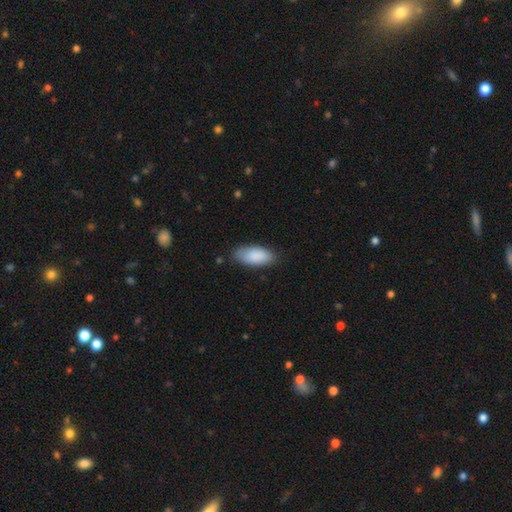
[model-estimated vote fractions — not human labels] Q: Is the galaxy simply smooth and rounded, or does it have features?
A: smooth — 89%.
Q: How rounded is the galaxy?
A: in between — 88%.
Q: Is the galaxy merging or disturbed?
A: none — 80%.